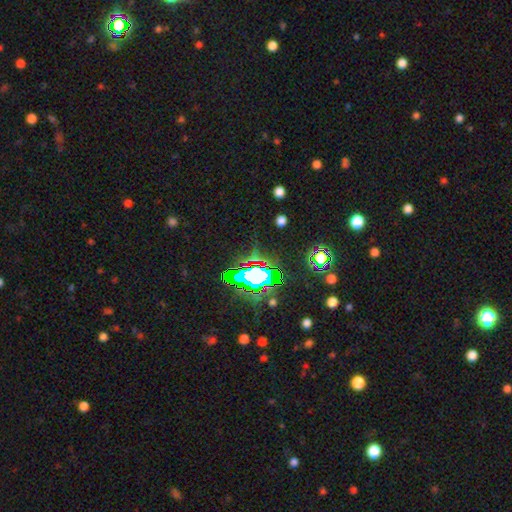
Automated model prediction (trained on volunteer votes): Smooth or featured? star or artifact (75%)